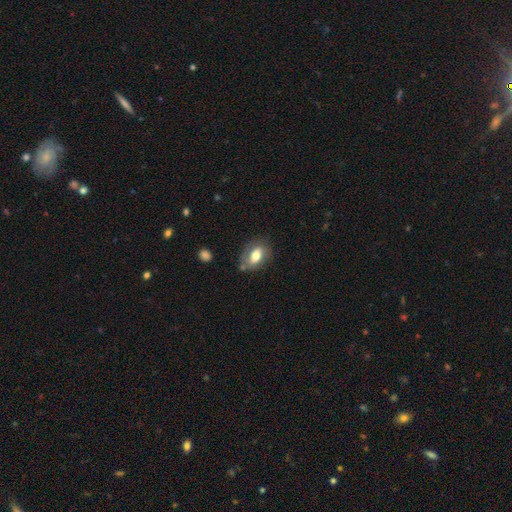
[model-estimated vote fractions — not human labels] smooth-or-featured: smooth: 67% | featured or disk: 26% | star or artifact: 8%
  how-rounded: in between: 86% | round: 12% | cigar-shaped: 2%
  merging: none: 66% | minor disturbance: 21% | major disturbance: 7% | merger: 6%